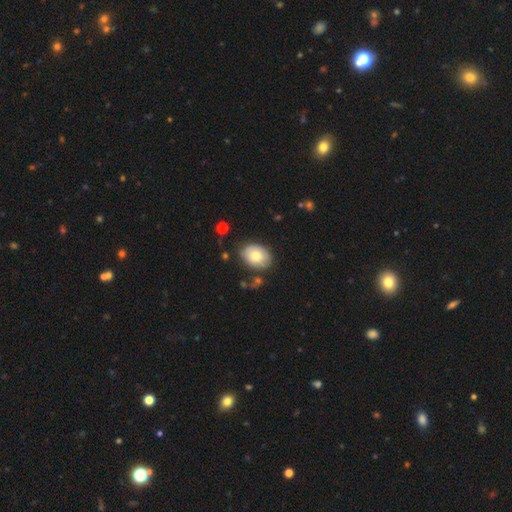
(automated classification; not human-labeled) A smooth galaxy with no disk features (76%) that is in between round and cigar-shaped (70%).

Vote fractions:
- Smooth or featured? smooth: 76% / featured or disk: 17% / star or artifact: 7%
- How rounded? in between: 70% / round: 29% / cigar-shaped: 1%
- Merging? none: 76% / minor disturbance: 16% / major disturbance: 4% / merger: 3%